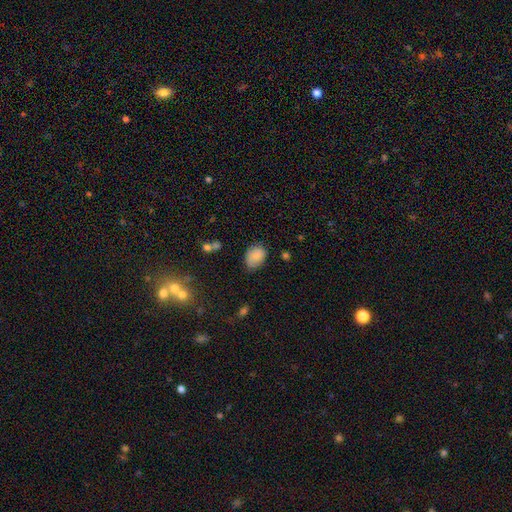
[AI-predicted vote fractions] This is clearly a smooth galaxy (82%). How rounded: likely in between (72%). Merging: likely none (67%).